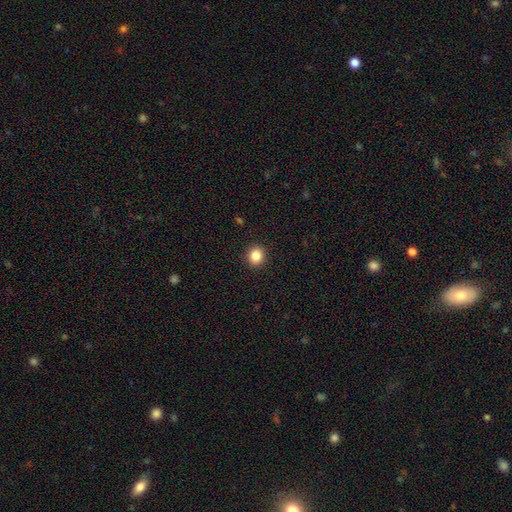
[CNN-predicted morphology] A smooth galaxy with no disk features (85%) that is round (82%). Merging: none (92%).